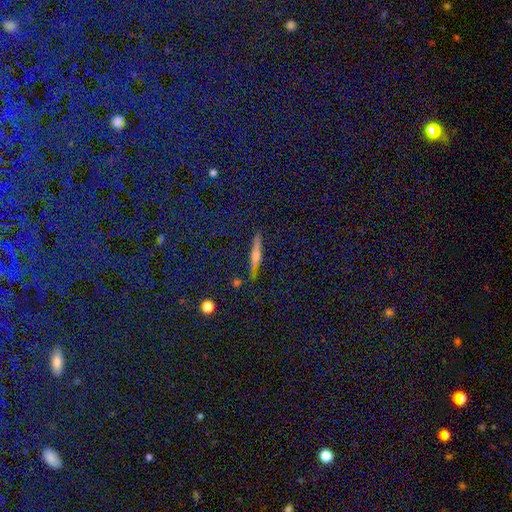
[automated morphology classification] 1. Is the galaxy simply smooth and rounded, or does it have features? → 55% featured or disk, 29% smooth, 15% star or artifact.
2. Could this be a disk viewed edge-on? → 95% yes, 5% no.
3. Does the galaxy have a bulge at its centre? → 79% rounded, 13% none, 8% boxy.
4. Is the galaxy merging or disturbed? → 87% none, 8% minor disturbance, 2% major disturbance, 2% merger.